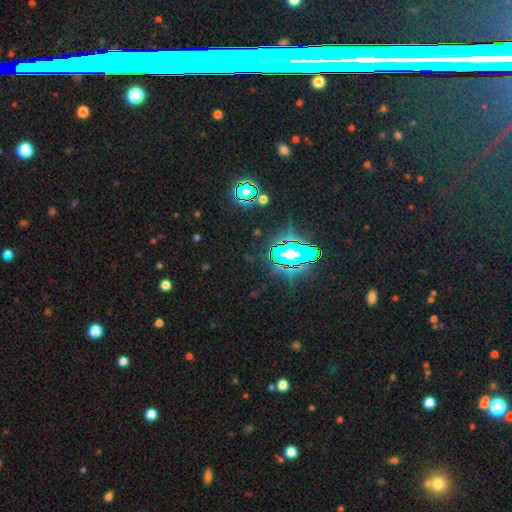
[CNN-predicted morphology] The model was most divided on "smooth or featured": star or artifact: 80%, smooth: 12%, featured or disk: 8%.